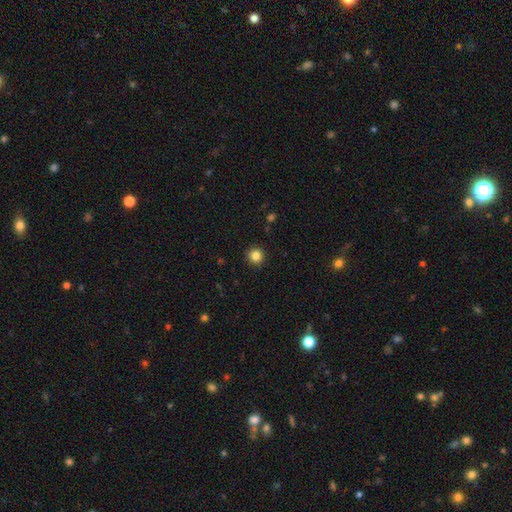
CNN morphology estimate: smooth_or_featured: smooth (p=0.84) [alt: star or artifact p=0.11]
how_rounded: round (p=0.95) [alt: in between p=0.04]
merging: none (p=0.92) [alt: minor disturbance p=0.05]